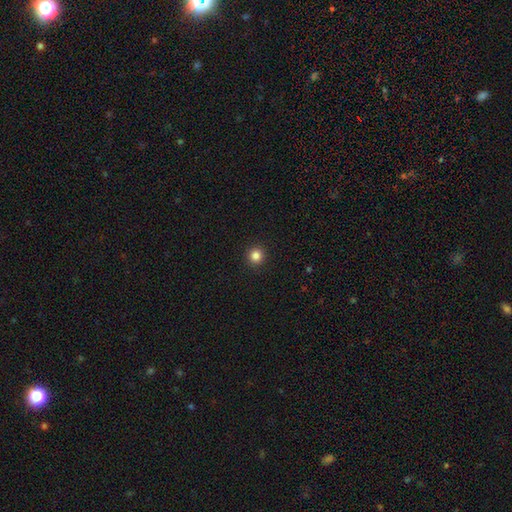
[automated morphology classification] Smooth or featured: smooth — 84% (star or artifact — 12%)
How rounded: round — 94% (in between — 5%)
Merging: none — 93% (minor disturbance — 4%)